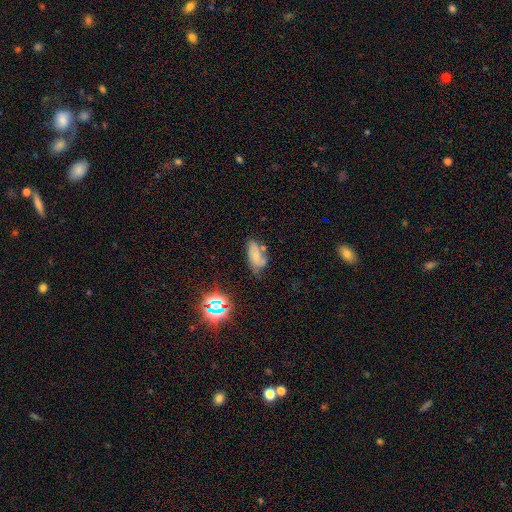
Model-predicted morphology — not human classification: Overall: smooth (51%; featured or disk 32%). How rounded: in between (88%). Merging: none (47%; minor disturbance 30%).